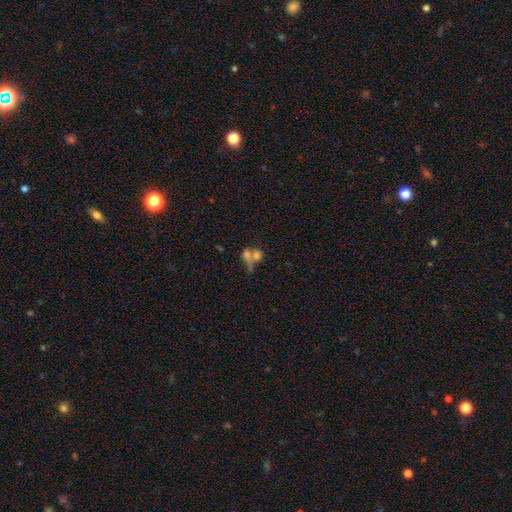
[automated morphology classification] smooth-or-featured: smooth: 61% | featured or disk: 24% | star or artifact: 14%
  how-rounded: round: 48% | in between: 47% | cigar-shaped: 5%
  merging: merger: 61% | none: 23% | major disturbance: 9% | minor disturbance: 8%